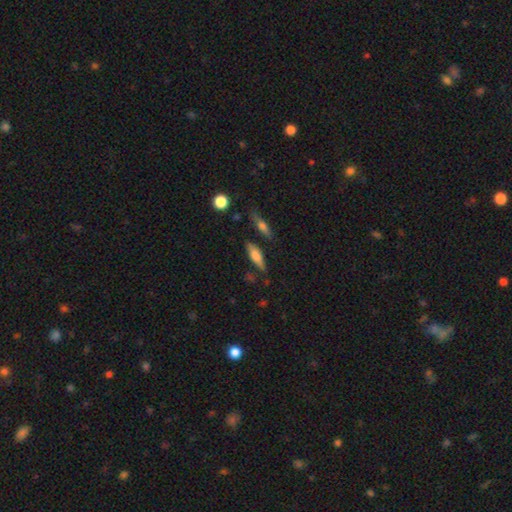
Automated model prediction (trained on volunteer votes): Smooth or featured? Predicted: smooth (p=0.59). How rounded? Predicted: cigar-shaped (p=0.51). Merging? Predicted: none (p=0.74).